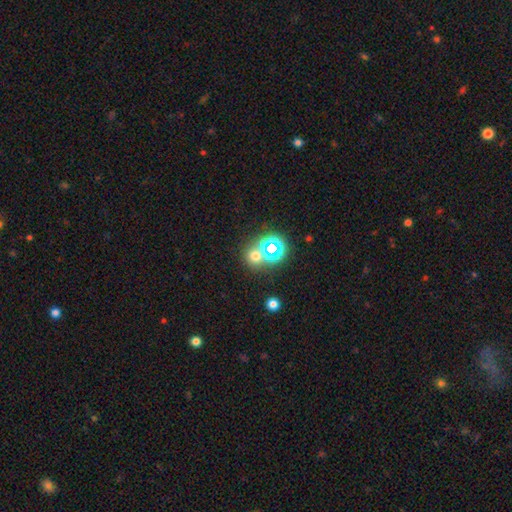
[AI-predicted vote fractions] This is possibly a smooth galaxy (56%). How rounded: clearly round (82%). Merging: likely none (65%).